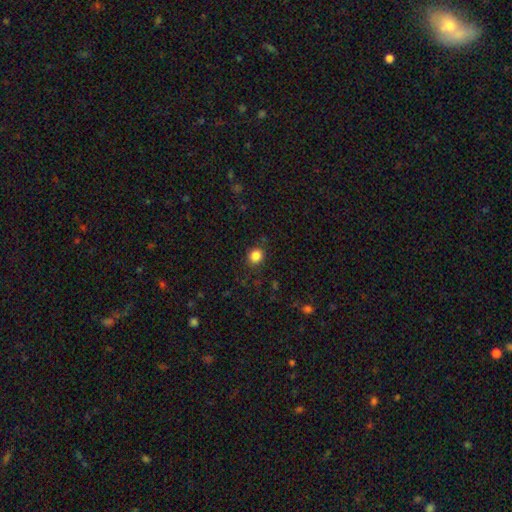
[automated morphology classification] This is clearly a smooth galaxy (85%). How rounded: clearly round (80%). Merging: clearly none (85%).